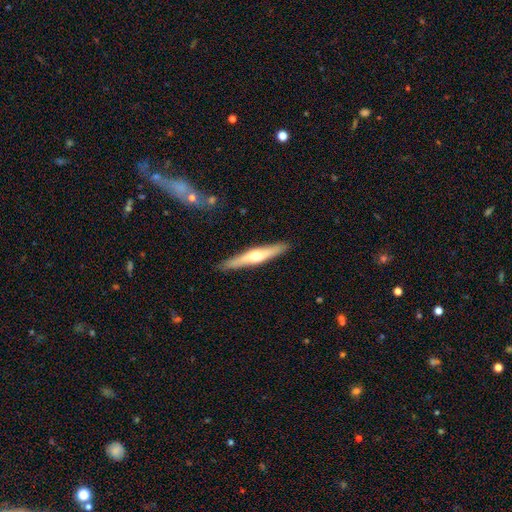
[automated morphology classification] type=featured or disk (60%); edge-on=yes (95%); edge-on bulge=rounded (89%); merging=none (90%).